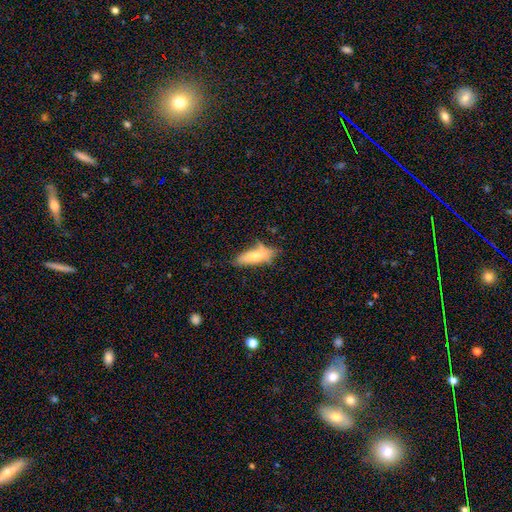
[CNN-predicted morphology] A smooth galaxy with no disk features (69%) that is in between round and cigar-shaped (59%). Merging: none (44%).